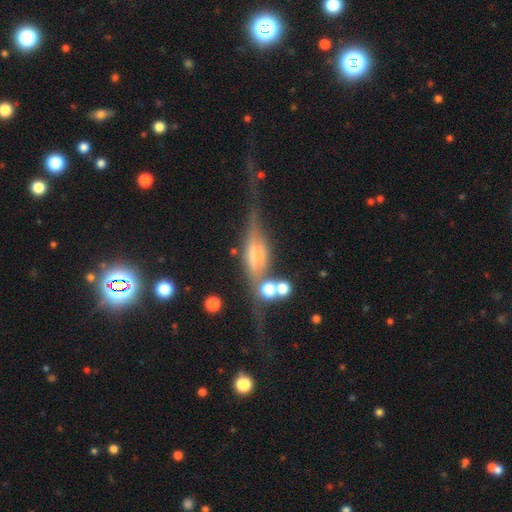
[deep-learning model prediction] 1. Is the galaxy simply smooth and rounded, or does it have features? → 69% featured or disk, 21% smooth, 9% star or artifact.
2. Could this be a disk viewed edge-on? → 83% yes, 17% no.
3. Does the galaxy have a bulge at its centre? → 66% rounded, 27% boxy, 8% none.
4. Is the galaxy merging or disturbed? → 49% none, 21% minor disturbance, 19% major disturbance, 11% merger.